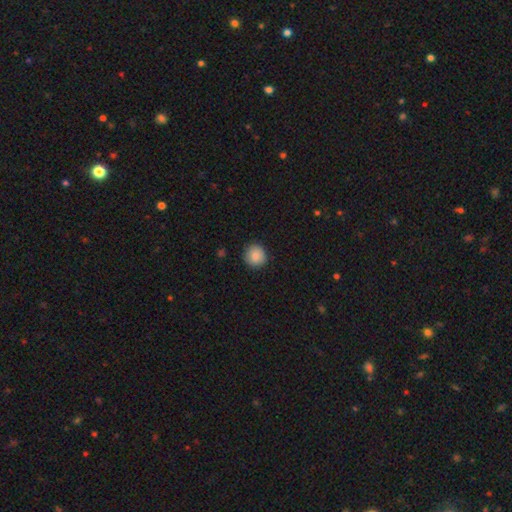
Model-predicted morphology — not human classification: Overall: smooth (88%). How rounded: round (92%). Merging: none (90%).